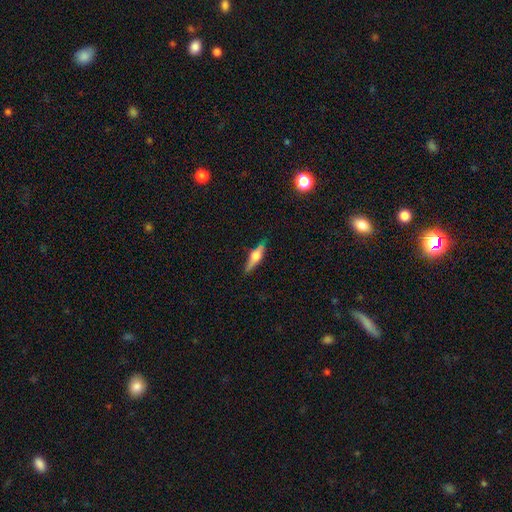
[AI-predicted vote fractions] Smooth or featured?
  - featured or disk: 58% *
  - smooth: 35%
  - star or artifact: 7%
Edge-on disk?
  - yes: 95% *
  - no: 5%
Edge-on bulge?
  - rounded: 87% *
  - boxy: 11%
  - none: 3%
Merging?
  - none: 82% *
  - minor disturbance: 13%
  - major disturbance: 3%
  - merger: 1%